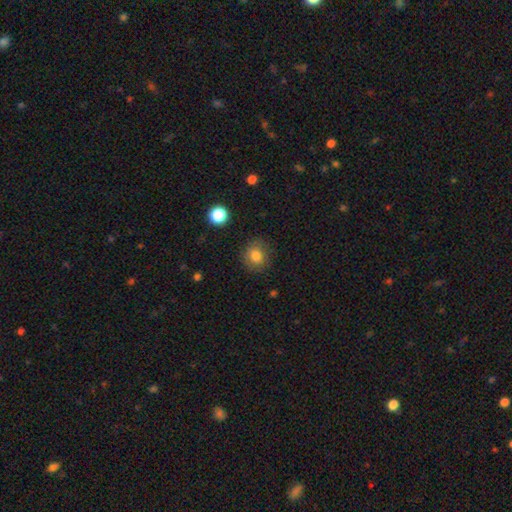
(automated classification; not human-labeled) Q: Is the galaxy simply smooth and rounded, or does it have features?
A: smooth — 81%.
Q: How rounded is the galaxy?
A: round — 82%.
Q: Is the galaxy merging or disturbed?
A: none — 83%.